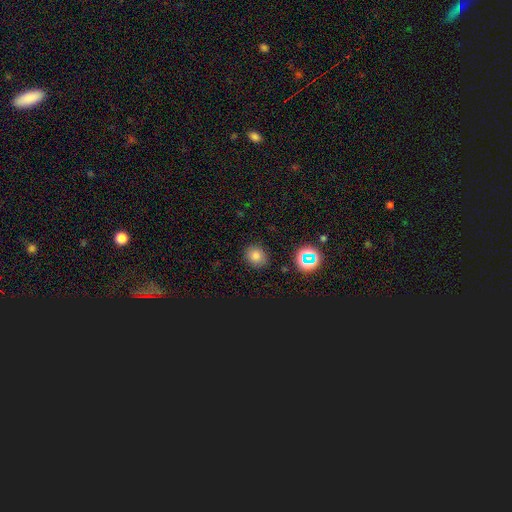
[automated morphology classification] This appears to be a smooth galaxy with no disk features (73%) that is round (74%). Merging: none (87%).